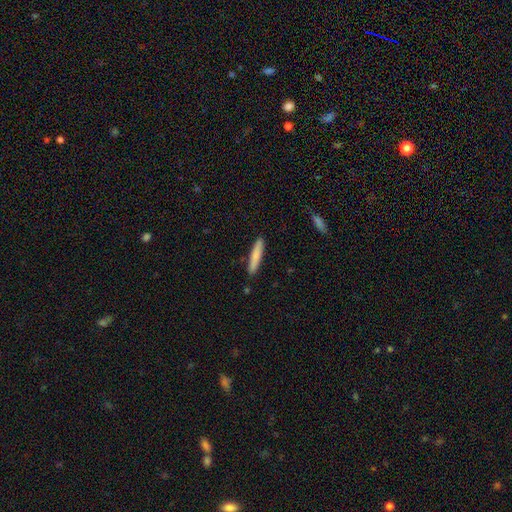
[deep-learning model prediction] A smooth galaxy with no disk features (79%) that is cigar-shaped (90%). Merging: none (88%).